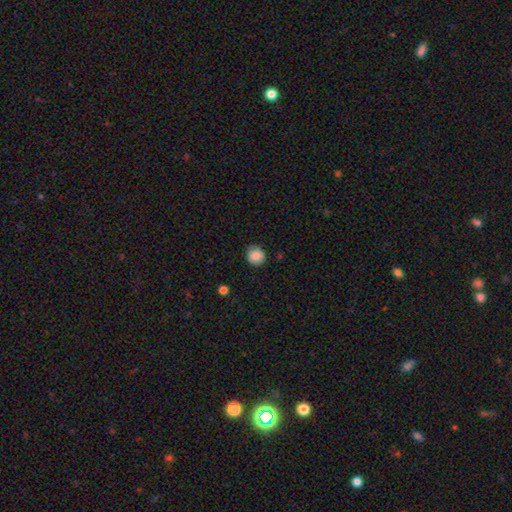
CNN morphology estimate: Q: Smooth or featured?
A: smooth (85%); runner-up: star or artifact (9%)
Q: How rounded?
A: round (84%); runner-up: in between (15%)
Q: Merging?
A: none (83%); runner-up: minor disturbance (13%)